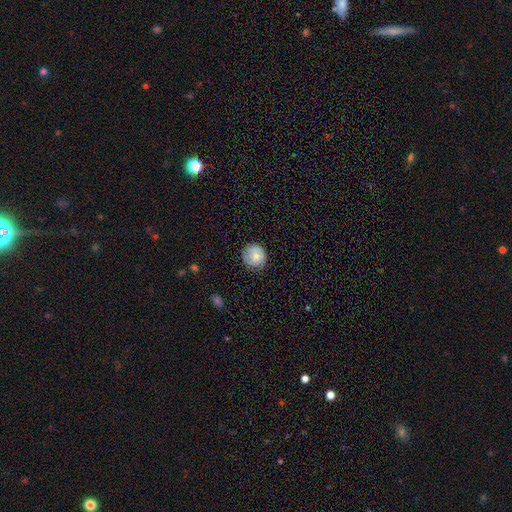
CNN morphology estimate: Overall: smooth (80%). How rounded: round (89%). Merging: none (79%).